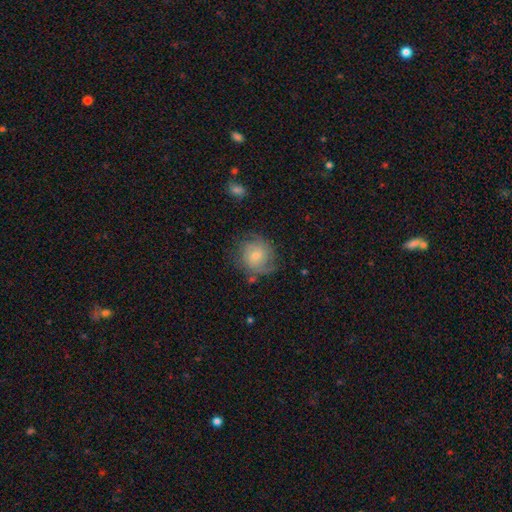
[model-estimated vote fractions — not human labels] This is possibly a smooth galaxy (51%). How rounded: clearly round (85%). Merging: likely none (66%).